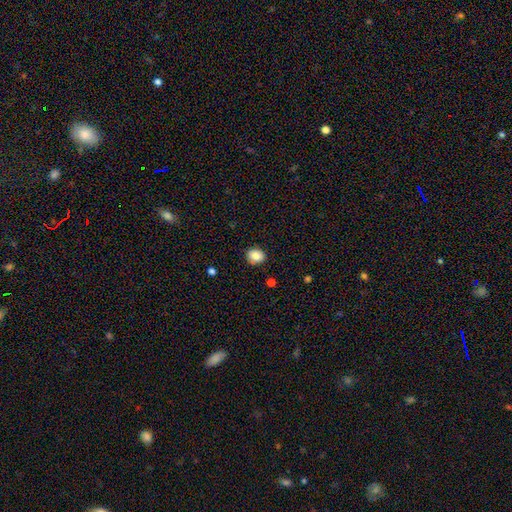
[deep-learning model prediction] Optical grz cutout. It shows a smooth galaxy with no disk features (83%) that is round (71%). Merging: none (88%).